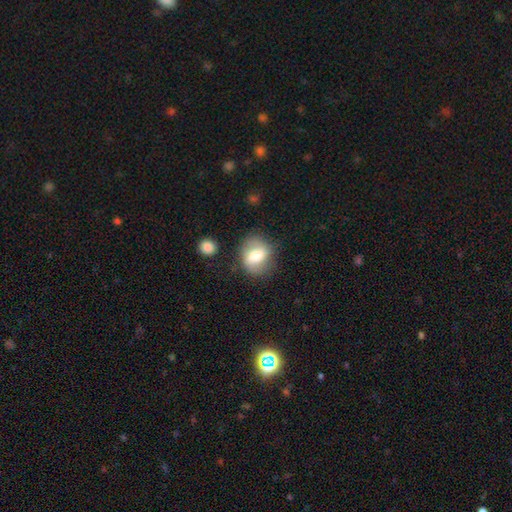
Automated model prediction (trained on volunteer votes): smooth-or-featured: smooth: 59% | featured or disk: 33% | star or artifact: 8%
  how-rounded: round: 60% | in between: 38% | cigar-shaped: 1%
  merging: none: 71% | minor disturbance: 19% | major disturbance: 7% | merger: 3%